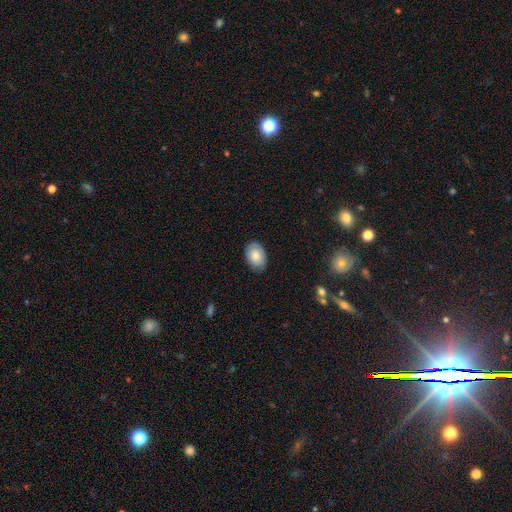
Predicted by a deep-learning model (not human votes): This is likely a smooth galaxy (79%). How rounded: clearly in between (84%). Merging: likely none (80%).